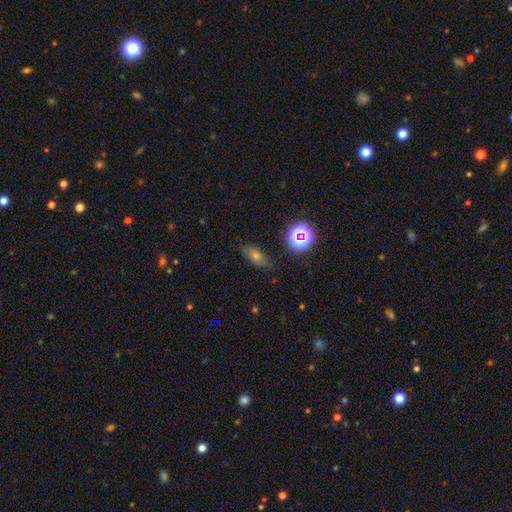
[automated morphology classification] This is possibly a smooth galaxy (58%). How rounded: likely in between (71%). Merging: clearly none (81%).